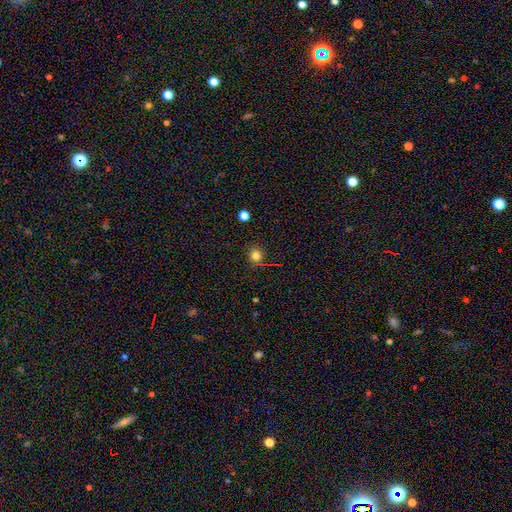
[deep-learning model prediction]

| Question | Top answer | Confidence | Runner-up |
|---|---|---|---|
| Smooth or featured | smooth | 75% | star or artifact (18%) |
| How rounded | round | 89% | in between (10%) |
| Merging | none | 83% | minor disturbance (10%) |